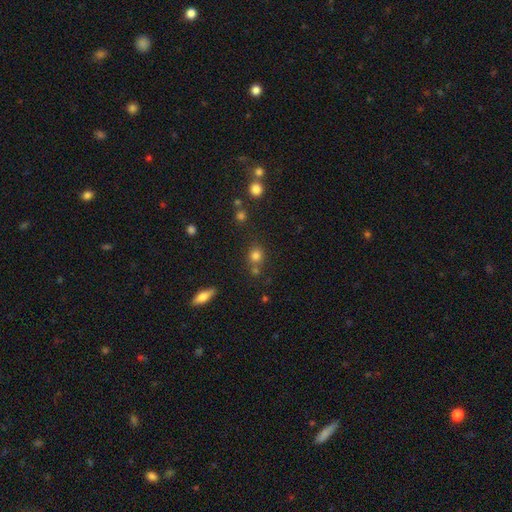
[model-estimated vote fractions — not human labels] Smooth or featured? smooth (78%)
How rounded? round (80%)
Merging? none (66%)